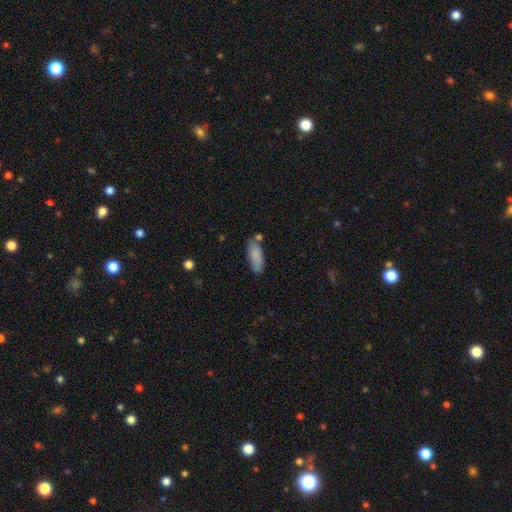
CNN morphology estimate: smooth 86%, featured or disk 8%, star or artifact 6%. Down the decision tree: how rounded — in between (72%); merging — none (70%).